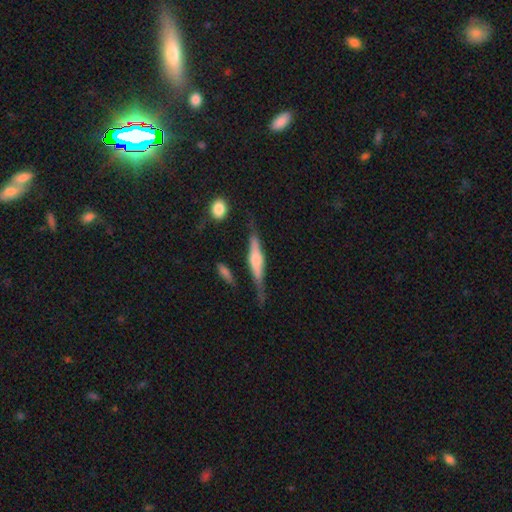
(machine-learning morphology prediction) Overall: featured or disk (70%). Edge-on disk: yes (96%). Edge-on bulge: rounded (68%). Merging: none (74%).